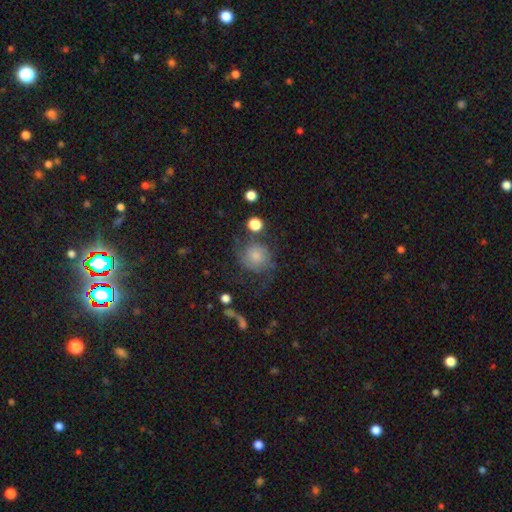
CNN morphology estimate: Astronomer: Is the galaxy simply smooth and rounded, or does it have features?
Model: smooth — 61%.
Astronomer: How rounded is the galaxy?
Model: round — 84%.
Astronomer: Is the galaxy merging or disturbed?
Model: none — 51%.